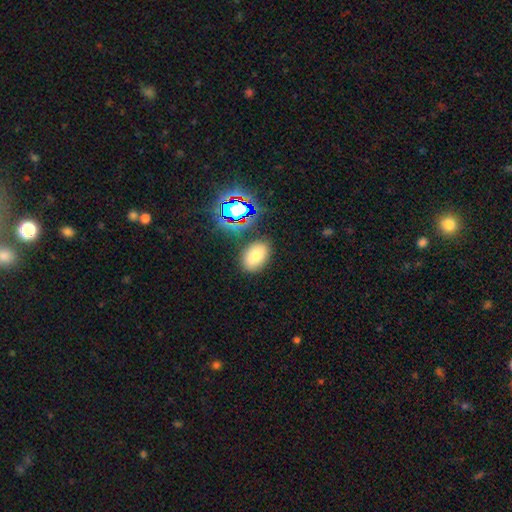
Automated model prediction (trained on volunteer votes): Q: Smooth or featured?
A: smooth (73%); runner-up: star or artifact (17%)
Q: How rounded?
A: in between (87%); runner-up: round (12%)
Q: Merging?
A: none (83%); runner-up: minor disturbance (10%)